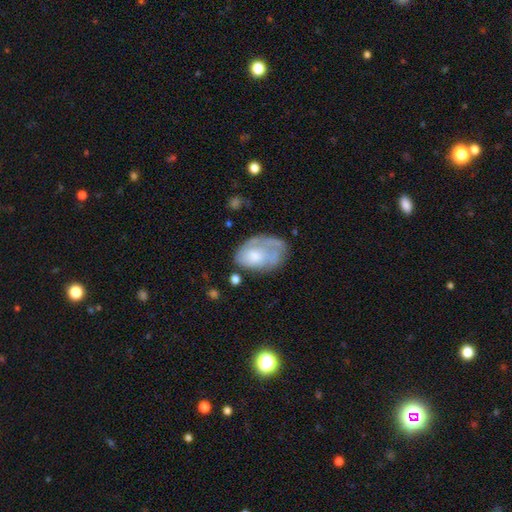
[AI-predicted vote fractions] smooth-or-featured: featured or disk: 50% | smooth: 43% | star or artifact: 7%
  disk-edge-on: no: 96% | yes: 4%
  merging: none: 42% | minor disturbance: 30% | major disturbance: 23% | merger: 5%